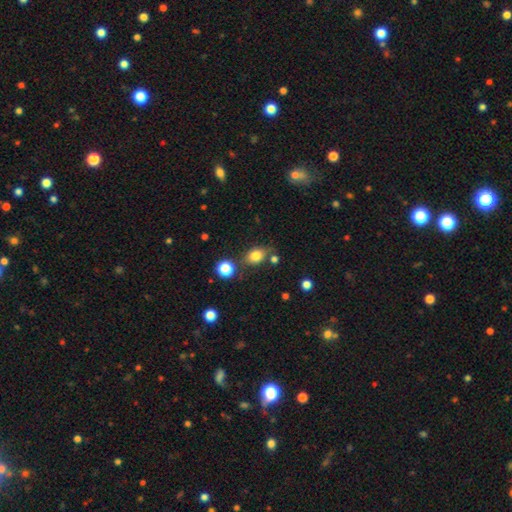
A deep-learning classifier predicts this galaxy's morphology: smooth 79%, star or artifact 12%, featured or disk 9%. Down the decision tree: how rounded — in between (63%); merging — none (70%).